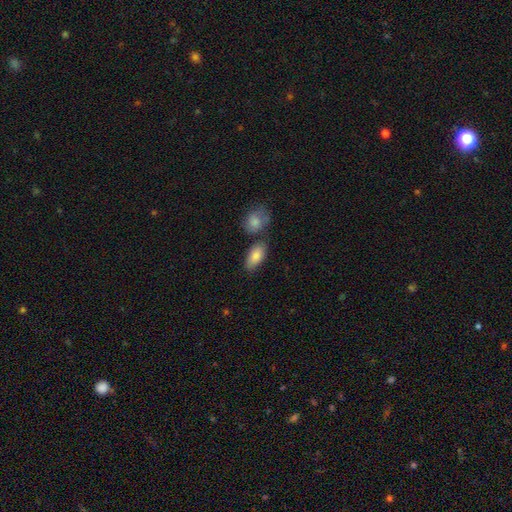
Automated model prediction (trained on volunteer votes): A smooth galaxy with no disk features (82%) that is in between round and cigar-shaped (91%). Merging: none (63%).